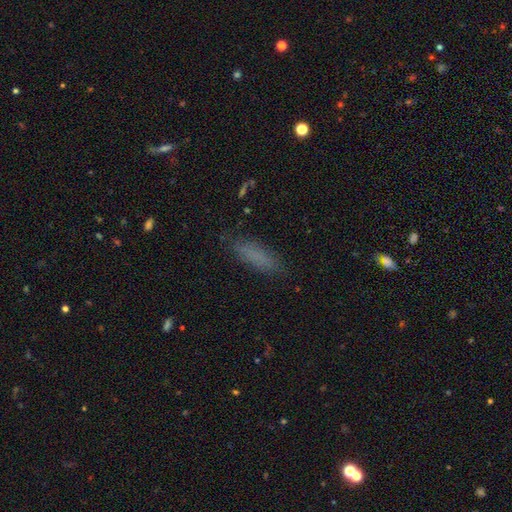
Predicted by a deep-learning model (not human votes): smooth-or-featured: smooth: 79% | star or artifact: 11% | featured or disk: 10%
  how-rounded: cigar-shaped: 59% | in between: 39% | round: 2%
  merging: none: 83% | minor disturbance: 12% | major disturbance: 4% | merger: 1%